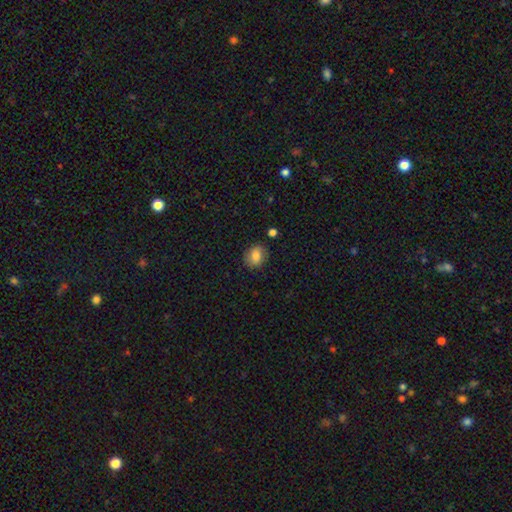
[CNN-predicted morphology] A smooth galaxy with no disk features (77%) that is round (62%). Merging: none (83%).